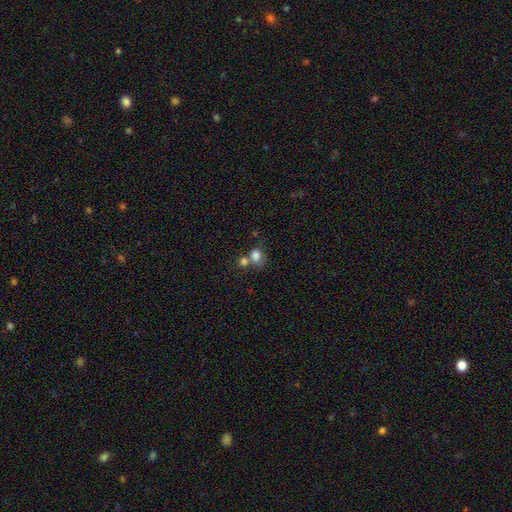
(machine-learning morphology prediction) Smooth or featured? Predicted: smooth (p=0.79). How rounded? Predicted: round (p=0.60). Merging? Predicted: merger (p=0.43).